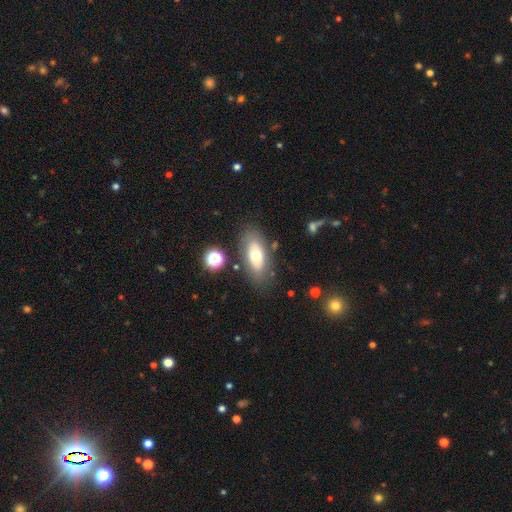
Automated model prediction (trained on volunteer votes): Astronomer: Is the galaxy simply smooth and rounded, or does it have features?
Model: smooth — 58%.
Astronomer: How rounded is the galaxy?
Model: in between — 87%.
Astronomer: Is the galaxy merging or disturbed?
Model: none — 77%.